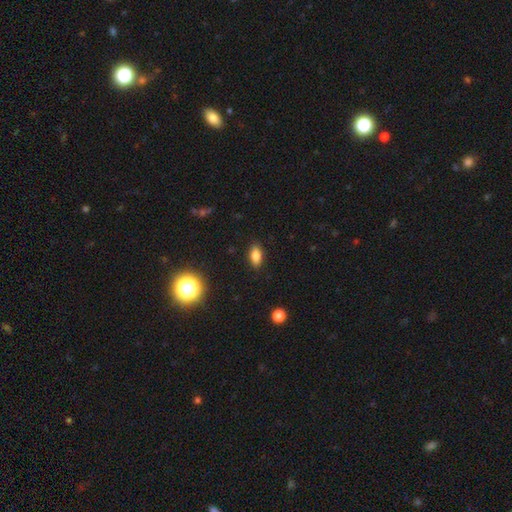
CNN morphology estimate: A smooth galaxy with no disk features (79%) that is in between round and cigar-shaped (83%).

Vote fractions:
- Smooth or featured? smooth: 79% / star or artifact: 11% / featured or disk: 10%
- How rounded? in between: 83% / cigar-shaped: 10% / round: 6%
- Merging? none: 87% / minor disturbance: 9% / major disturbance: 2% / merger: 1%